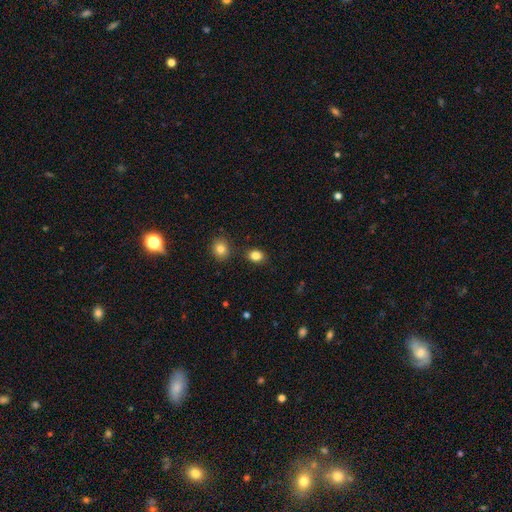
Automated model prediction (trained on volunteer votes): smooth-or-featured: smooth: 85% | star or artifact: 11% | featured or disk: 5%
  how-rounded: round: 52% | in between: 47% | cigar-shaped: 1%
  merging: none: 84% | minor disturbance: 9% | merger: 4% | major disturbance: 2%